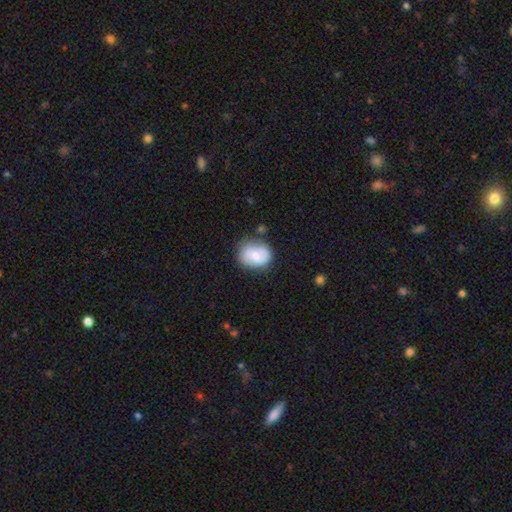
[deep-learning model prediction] Q: Smooth or featured?
A: smooth (66%); runner-up: featured or disk (27%)
Q: How rounded?
A: in between (53%); runner-up: round (46%)
Q: Merging?
A: none (62%); runner-up: minor disturbance (25%)